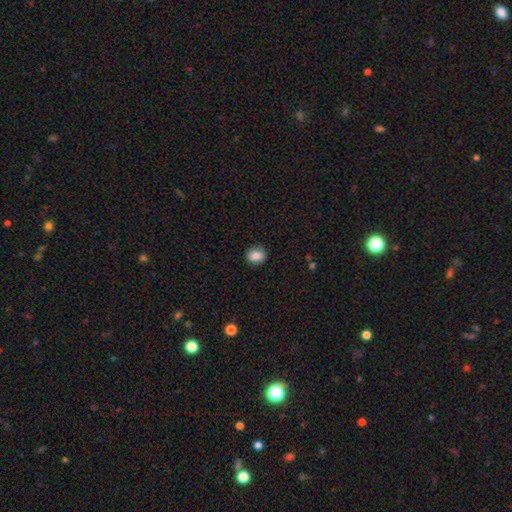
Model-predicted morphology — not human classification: Smooth or featured? Predicted: smooth (p=0.84). How rounded? Predicted: round (p=0.66). Merging? Predicted: none (p=0.88).